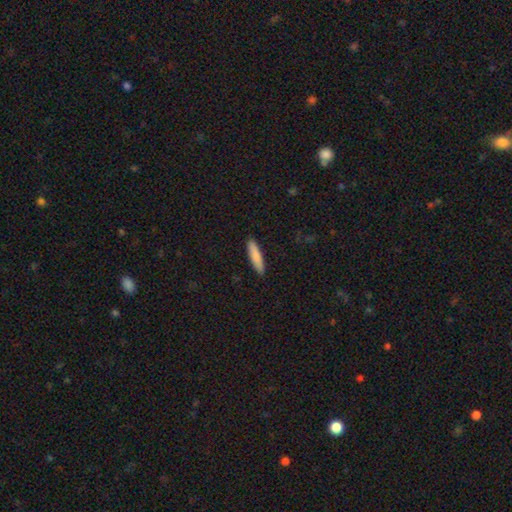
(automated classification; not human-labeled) This appears to be a smooth galaxy with no disk features (85%) that is cigar-shaped (83%). Merging: none (90%).